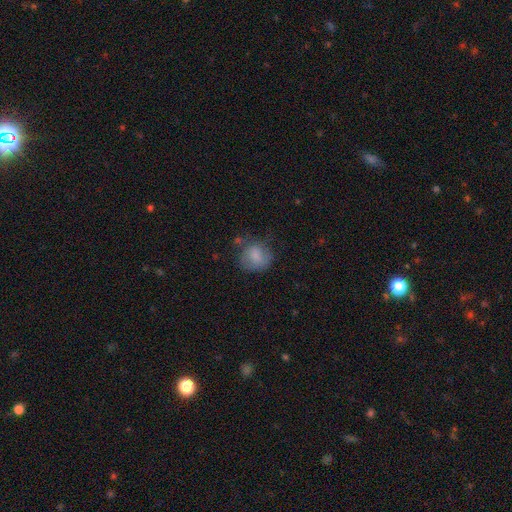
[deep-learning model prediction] Q: Smooth or featured?
A: smooth (74%); runner-up: featured or disk (18%)
Q: How rounded?
A: round (74%); runner-up: in between (25%)
Q: Merging?
A: none (54%); runner-up: minor disturbance (27%)